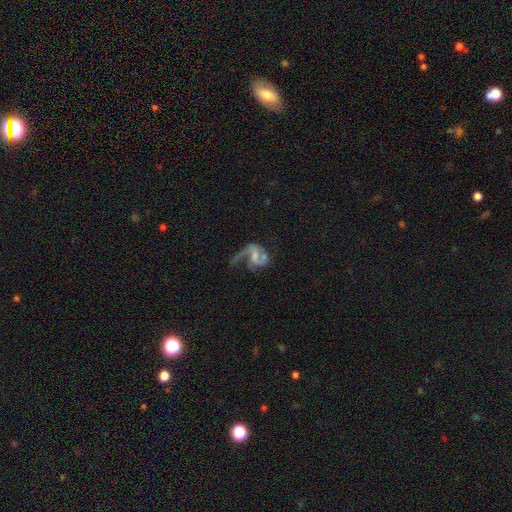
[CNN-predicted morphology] smooth-or-featured: featured or disk: 77% | smooth: 16% | star or artifact: 7%
  disk-edge-on: no: 97% | yes: 3%
    bar: weak: 43% | no: 41% | strong: 15%
    has-spiral-arms: yes: 85% | no: 15%
      spiral-winding: loose: 59% | medium: 32% | tight: 9%
      spiral-arm-count: 2: 51% | 1: 39% | can't tell: 6% | 3: 3% | 4: 1% | more than 4: 1%
    bulge-size: small: 41% | moderate: 34% | none: 20% | large: 4% | dominant: 1%
  merging: major disturbance: 46% | none: 27% | minor disturbance: 16% | merger: 10%